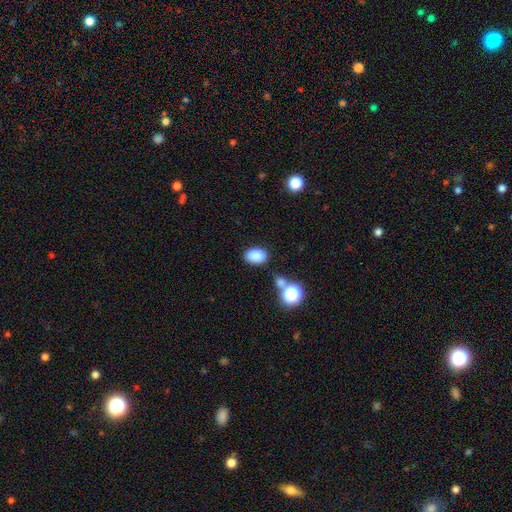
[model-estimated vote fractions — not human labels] This appears to be a smooth galaxy with no disk features (85%) that is in between round and cigar-shaped (86%). Merging: none (81%).